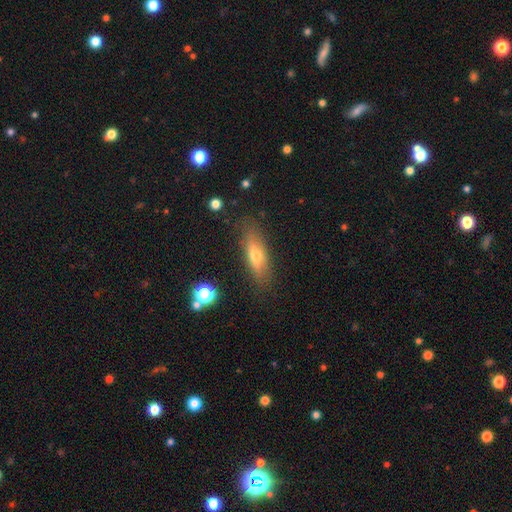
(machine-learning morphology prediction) smooth 49%, featured or disk 43%, star or artifact 9%. Down the decision tree: merging — none (84%).